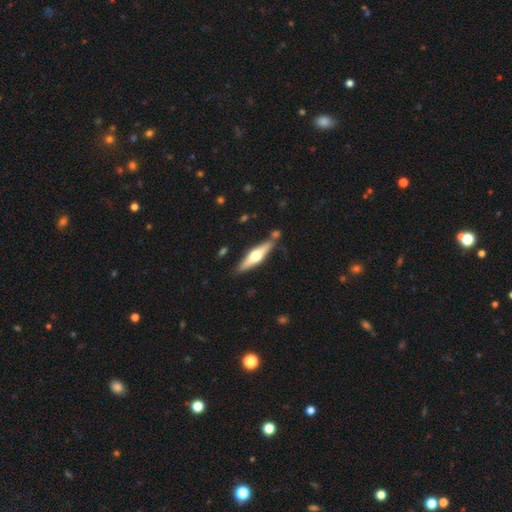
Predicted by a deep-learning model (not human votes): Morphology: type=featured or disk (60%); edge-on=yes (94%); edge-on bulge=rounded (94%); merging=none (80%).